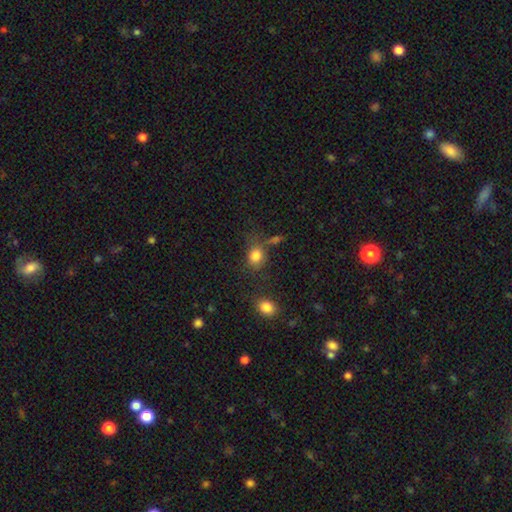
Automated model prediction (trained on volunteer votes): A smooth galaxy with no disk features (82%) that is round (58%). Merging: none (59%).